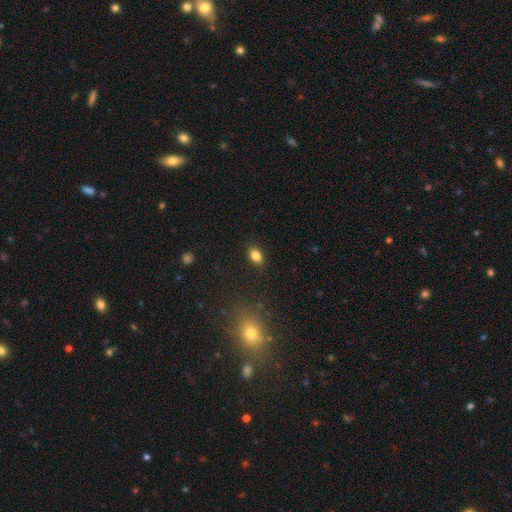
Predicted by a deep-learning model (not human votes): Overall: smooth (84%). How rounded: in between (88%). Merging: none (87%).